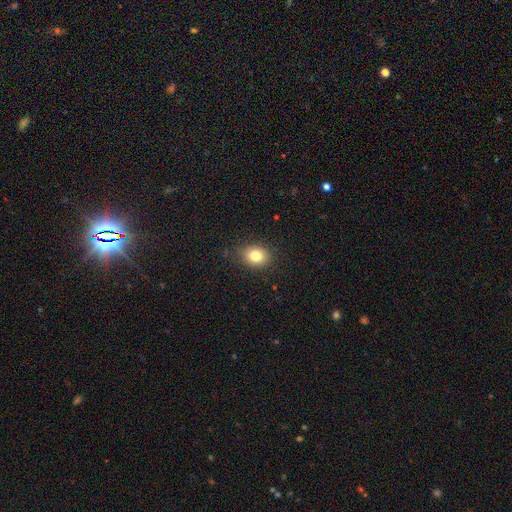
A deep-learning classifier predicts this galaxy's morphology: Overall: smooth (81%). How rounded: round (51%; in between 48%). Merging: none (84%).